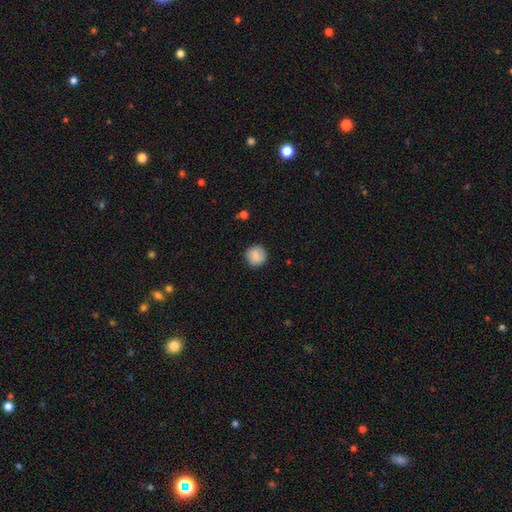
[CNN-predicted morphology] smooth 87%, star or artifact 8%, featured or disk 5%. Down the decision tree: how rounded — round (94%); merging — none (89%).